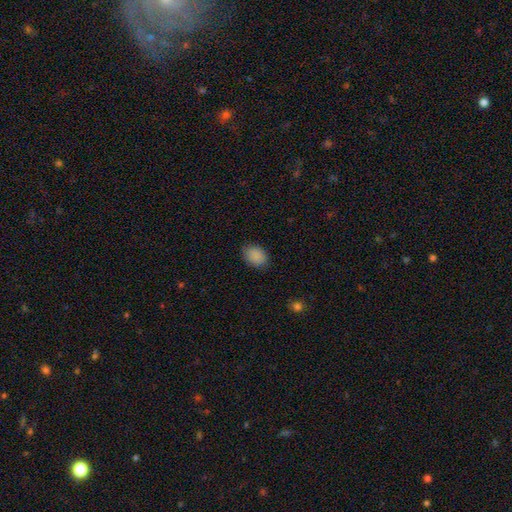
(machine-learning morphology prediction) Overall: smooth (88%). How rounded: in between (66%; round 33%). Merging: none (84%).